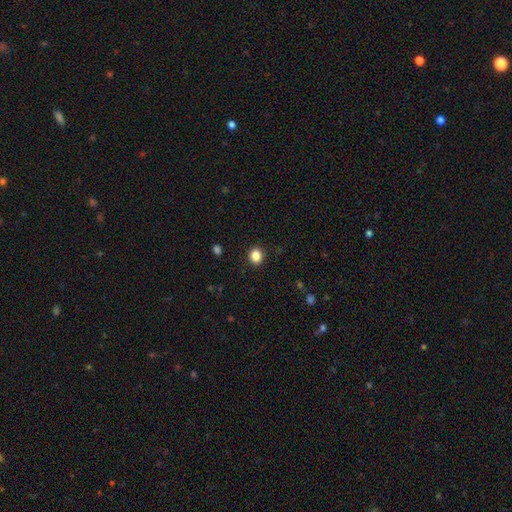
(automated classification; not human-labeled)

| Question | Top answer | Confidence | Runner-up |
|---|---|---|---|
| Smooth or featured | smooth | 86% | star or artifact (11%) |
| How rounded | round | 65% | in between (34%) |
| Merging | none | 91% | minor disturbance (6%) |